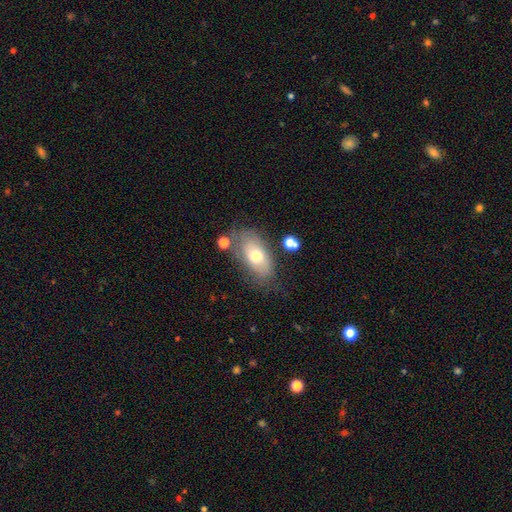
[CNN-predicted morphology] Q: Smooth or featured?
A: smooth (62%); runner-up: featured or disk (30%)
Q: How rounded?
A: in between (90%); runner-up: round (6%)
Q: Merging?
A: none (56%); runner-up: minor disturbance (25%)